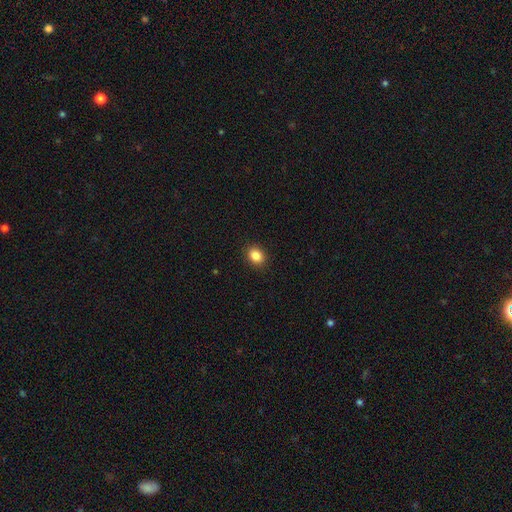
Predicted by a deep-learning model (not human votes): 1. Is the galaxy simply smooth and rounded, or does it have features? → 86% smooth, 10% star or artifact, 4% featured or disk.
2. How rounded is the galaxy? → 55% in between, 44% round, 1% cigar-shaped.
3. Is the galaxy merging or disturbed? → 90% none, 7% minor disturbance, 2% major disturbance, 1% merger.